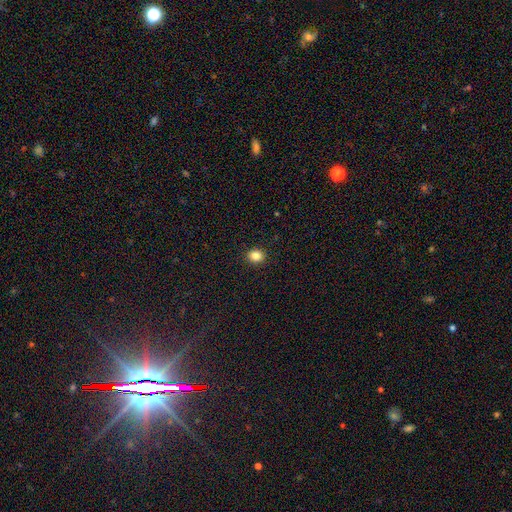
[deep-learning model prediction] Smooth or featured? smooth (85%)
How rounded? round (70%)
Merging? none (92%)